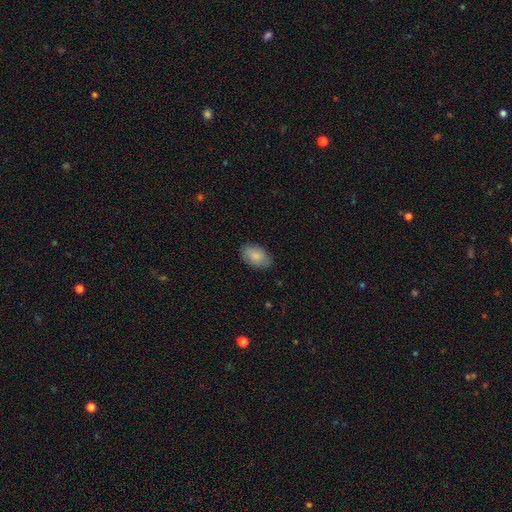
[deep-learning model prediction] Smooth or featured?
  - smooth: 85% *
  - featured or disk: 9%
  - star or artifact: 6%
How rounded?
  - in between: 91% *
  - round: 7%
  - cigar-shaped: 1%
Merging?
  - none: 83% *
  - minor disturbance: 13%
  - major disturbance: 3%
  - merger: 1%